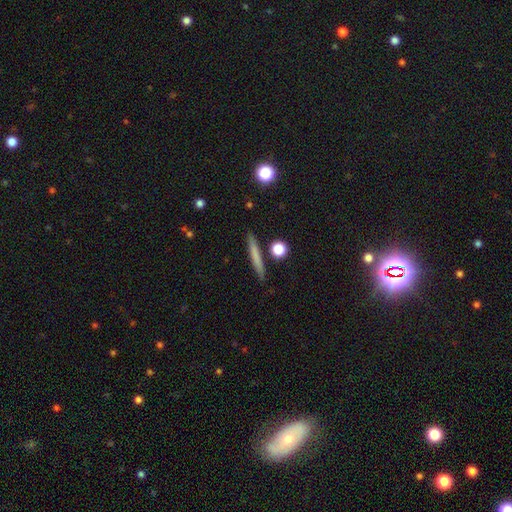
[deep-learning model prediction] Morphology: type=smooth (69%); roundness=cigar-shaped (93%); merging=none (87%).